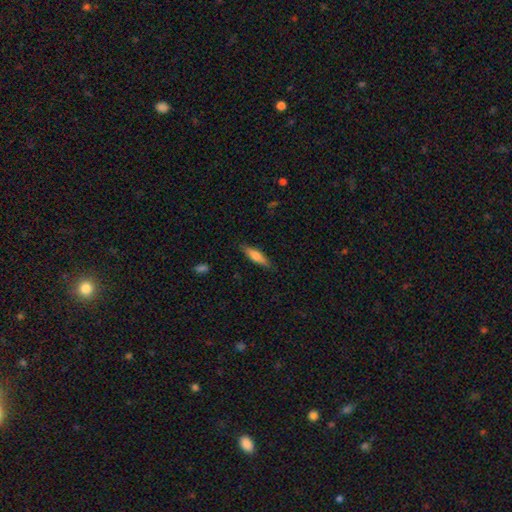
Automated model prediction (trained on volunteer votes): A smooth galaxy with no disk features (58%) that is cigar-shaped (68%). Merging: none (87%).